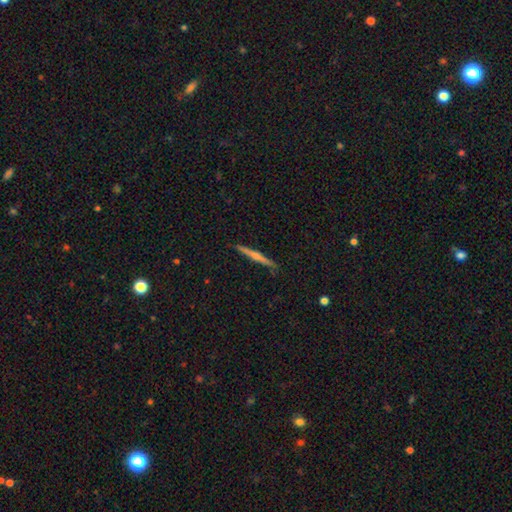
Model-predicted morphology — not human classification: Overall: featured or disk (67%). Edge-on disk: yes (98%). Edge-on bulge: rounded (74%). Merging: none (91%).